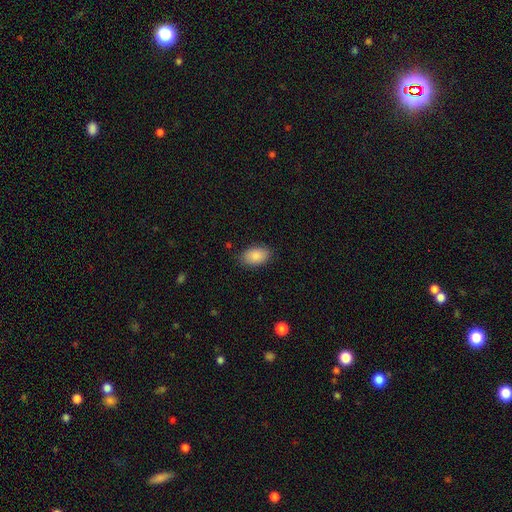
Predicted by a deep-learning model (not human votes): This is clearly a smooth galaxy (88%). How rounded: clearly in between (92%). Merging: clearly none (85%).